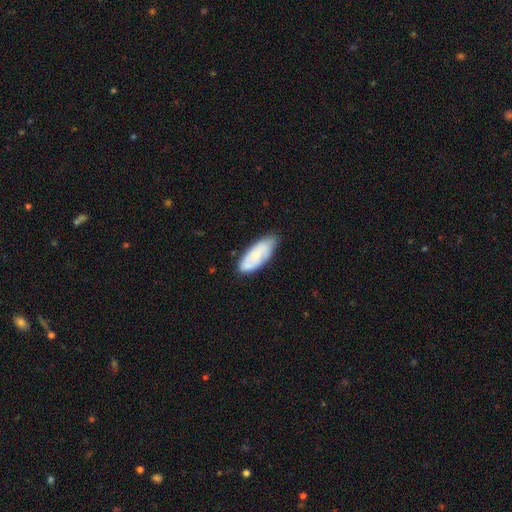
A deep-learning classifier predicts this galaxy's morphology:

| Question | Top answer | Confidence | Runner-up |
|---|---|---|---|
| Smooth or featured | smooth | 64% | featured or disk (30%) |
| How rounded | in between | 80% | cigar-shaped (18%) |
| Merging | none | 70% | minor disturbance (24%) |